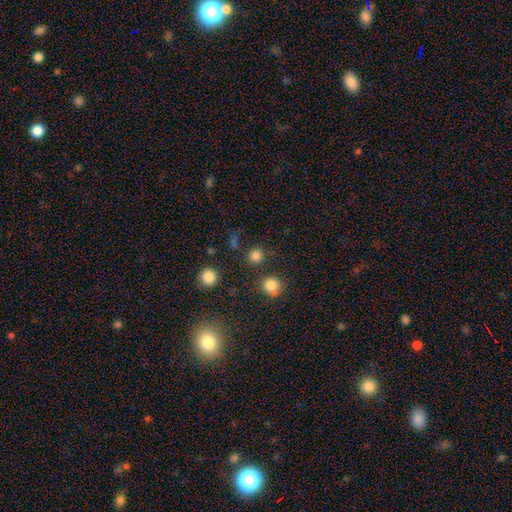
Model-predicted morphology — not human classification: Q: Smooth or featured?
A: smooth (81%); runner-up: star or artifact (15%)
Q: How rounded?
A: round (89%); runner-up: in between (10%)
Q: Merging?
A: none (79%); runner-up: minor disturbance (9%)